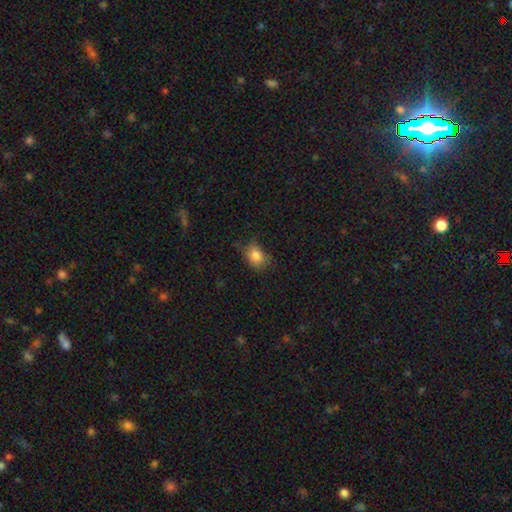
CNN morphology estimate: Overall: smooth (84%). How rounded: in between (59%; round 40%). Merging: none (68%).